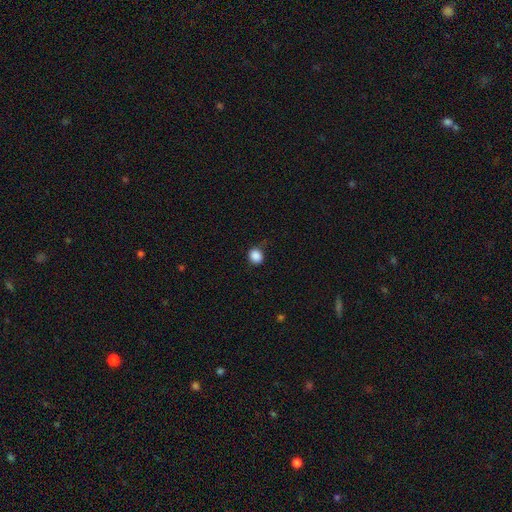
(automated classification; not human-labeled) Smooth or featured? smooth (88%)
How rounded? round (74%)
Merging? none (79%)